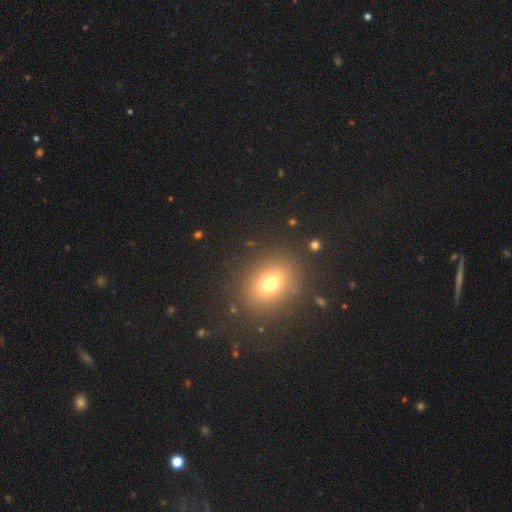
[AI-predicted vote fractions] Morphology: type=smooth (62%); roundness=round (55%); merging=none (89%).